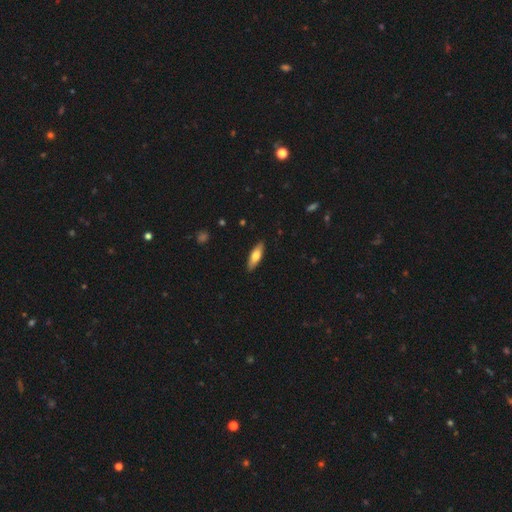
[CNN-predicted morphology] Smooth or featured? smooth (69%)
How rounded? in between (55%)
Merging? none (89%)